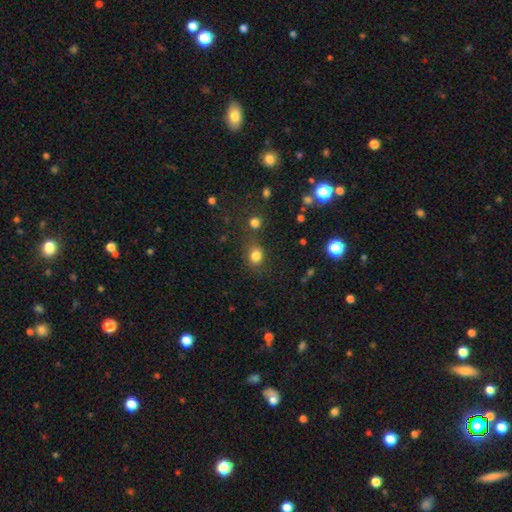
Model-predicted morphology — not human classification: A smooth galaxy with no disk features (80%) that is round (59%). Merging: none (72%).